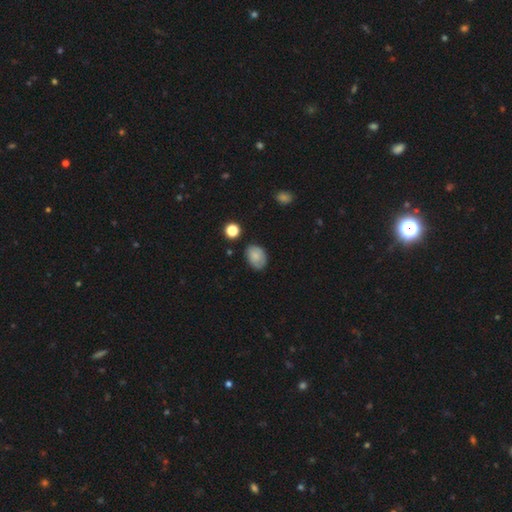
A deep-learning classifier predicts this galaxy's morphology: Smooth or featured? smooth (78%)
How rounded? in between (76%)
Merging? none (75%)